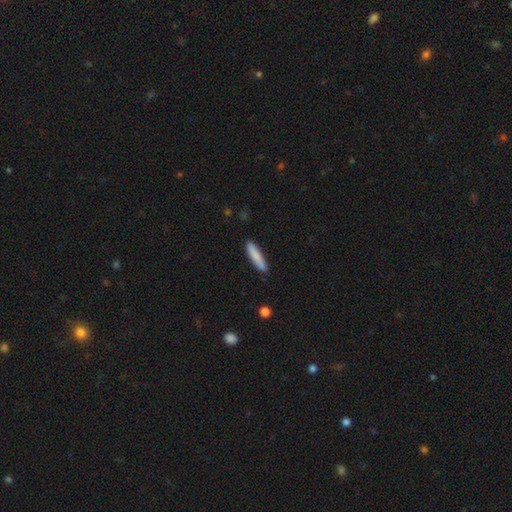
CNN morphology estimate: Smooth or featured? smooth (83%)
How rounded? cigar-shaped (86%)
Merging? none (88%)